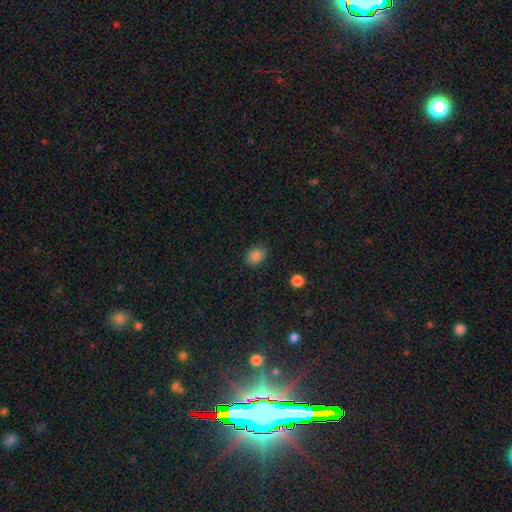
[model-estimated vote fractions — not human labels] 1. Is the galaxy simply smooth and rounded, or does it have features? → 86% smooth, 10% star or artifact, 4% featured or disk.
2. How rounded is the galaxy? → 70% in between, 29% round, 1% cigar-shaped.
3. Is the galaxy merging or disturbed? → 82% none, 14% minor disturbance, 3% major disturbance, 1% merger.